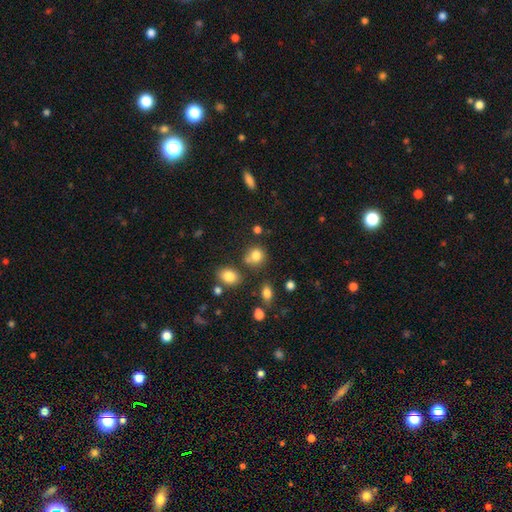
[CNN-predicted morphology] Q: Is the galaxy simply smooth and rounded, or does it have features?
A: smooth — 80%.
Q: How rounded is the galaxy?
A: round — 74%.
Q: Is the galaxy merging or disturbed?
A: none — 63%.